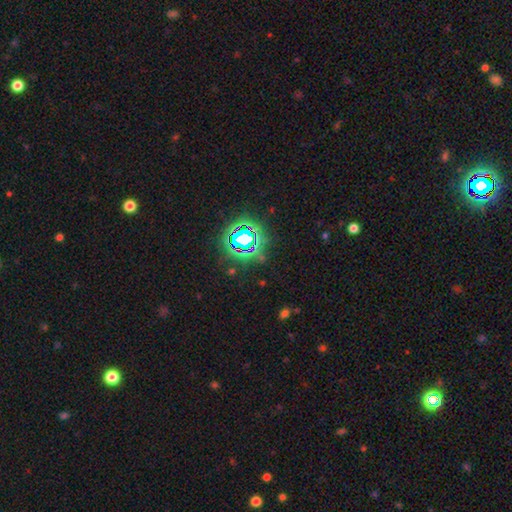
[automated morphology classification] Smooth or featured? star or artifact (77%)